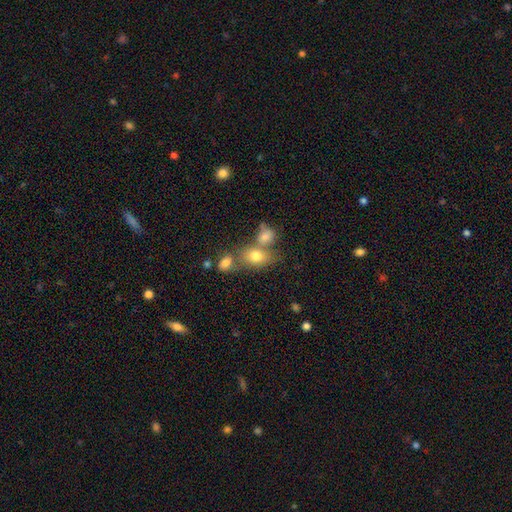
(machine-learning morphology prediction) type=smooth (77%); roundness=in between (72%); merging=merger (44%).